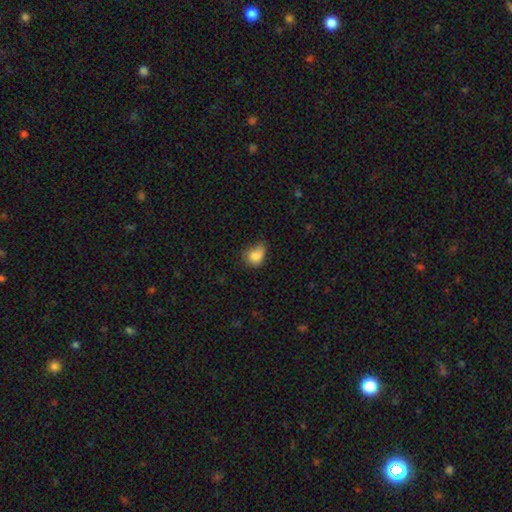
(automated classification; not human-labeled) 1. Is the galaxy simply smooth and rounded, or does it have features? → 82% smooth, 10% star or artifact, 8% featured or disk.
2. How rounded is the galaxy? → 64% in between, 35% round, 1% cigar-shaped.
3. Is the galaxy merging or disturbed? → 41% minor disturbance, 35% none, 19% major disturbance, 6% merger.